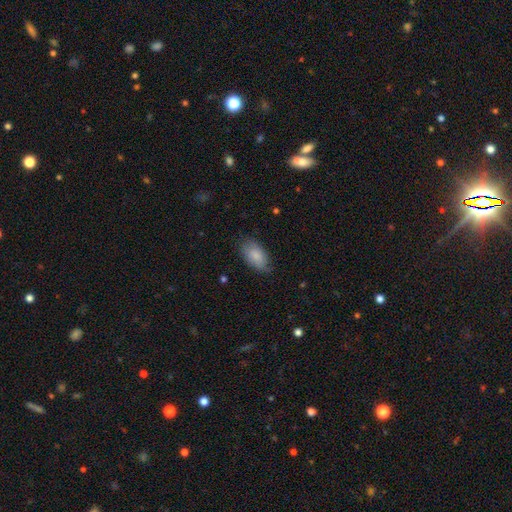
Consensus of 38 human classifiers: smooth-or-featured: smooth: 87% | featured or disk: 8% | star or artifact: 5%
  how-rounded: in between: 97% | round: 3% | cigar-shaped: 0%
  merging: none: 78% | minor disturbance: 17% | major disturbance: 6% | merger: 0%